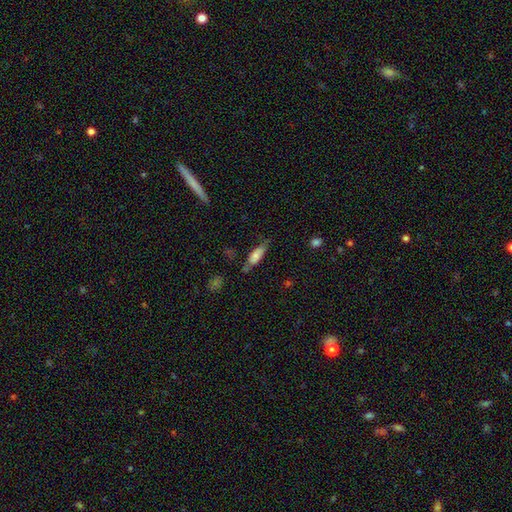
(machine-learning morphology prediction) This is likely a smooth galaxy (73%). How rounded: likely in between (62%). Merging: possibly none (54%).